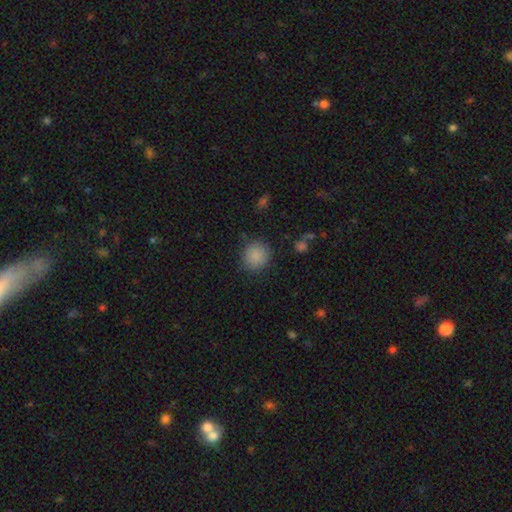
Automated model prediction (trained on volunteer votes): Morphology: type=smooth (87%); roundness=round (86%); merging=none (86%).